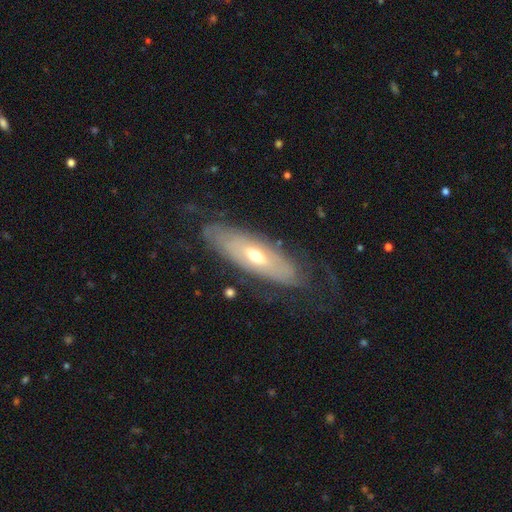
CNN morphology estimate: Smooth or featured? featured or disk (65%)
Edge-on disk? no (69%)
Merging? none (70%)